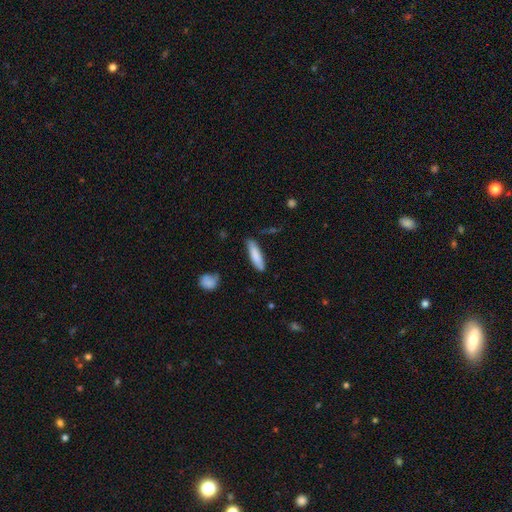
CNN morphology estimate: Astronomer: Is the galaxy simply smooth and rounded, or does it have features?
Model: smooth — 82%.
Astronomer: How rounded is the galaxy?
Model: cigar-shaped — 69%.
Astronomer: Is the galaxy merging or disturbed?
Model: none — 80%.